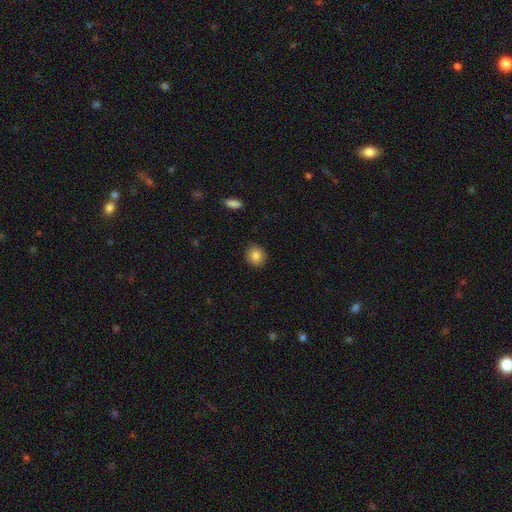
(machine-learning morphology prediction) Q: Smooth or featured?
A: smooth (84%); runner-up: star or artifact (9%)
Q: How rounded?
A: round (78%); runner-up: in between (21%)
Q: Merging?
A: none (89%); runner-up: minor disturbance (8%)